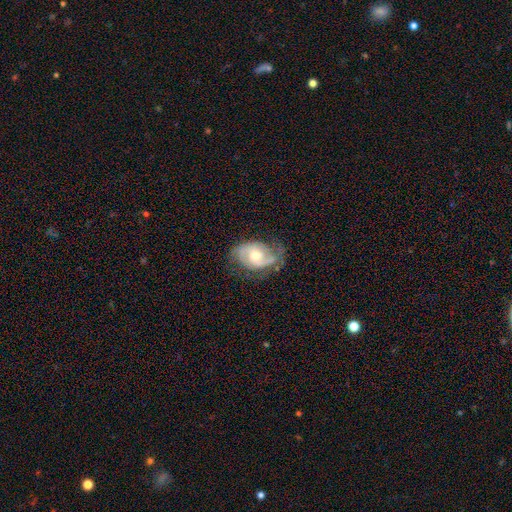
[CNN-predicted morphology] This is likely a featured or disk galaxy (78%). It is clearly not viewed edge-on (96%). Bar: possibly no (57%). Spiral arm pattern: clearly yes (91%). Spiral arm count: likely 2 (74%). Spiral winding: marginally medium (45%). Central bulge: likely moderate (65%). Merging: likely none (61%).